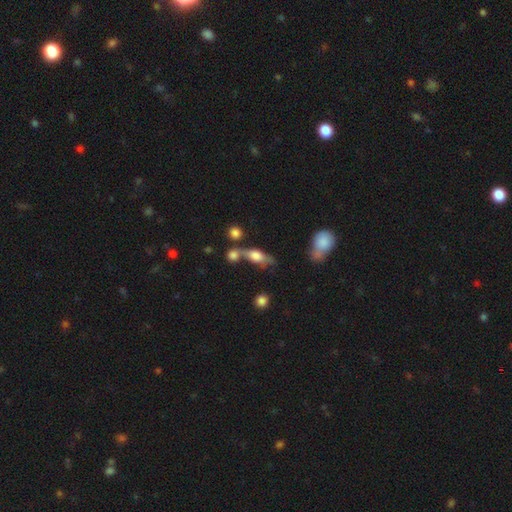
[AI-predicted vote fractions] smooth-or-featured: smooth: 56% | featured or disk: 34% | star or artifact: 10%
  how-rounded: in between: 63% | cigar-shaped: 28% | round: 9%
  merging: none: 41% | merger: 33% | minor disturbance: 16% | major disturbance: 10%